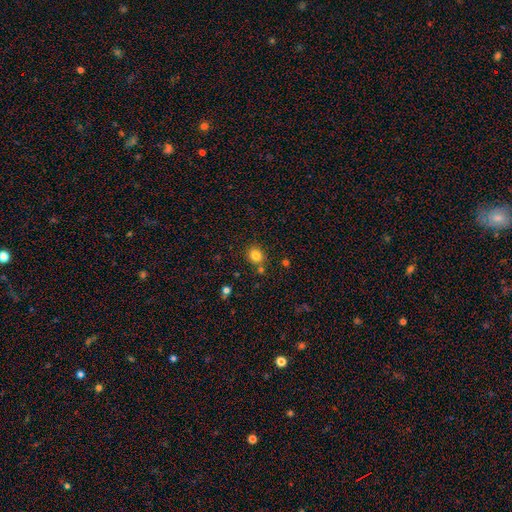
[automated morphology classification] This appears to be a smooth galaxy with no disk features (81%) that is round (75%). Merging: none (78%).